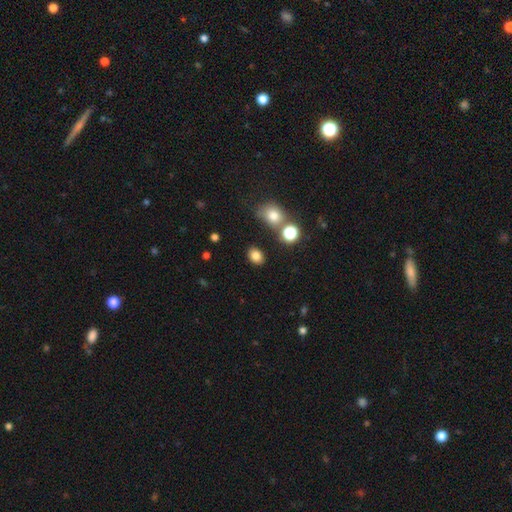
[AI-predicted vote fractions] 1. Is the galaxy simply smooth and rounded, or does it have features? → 81% smooth, 12% star or artifact, 7% featured or disk.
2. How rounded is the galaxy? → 65% in between, 33% round, 1% cigar-shaped.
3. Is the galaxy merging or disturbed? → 82% none, 10% minor disturbance, 5% merger, 3% major disturbance.